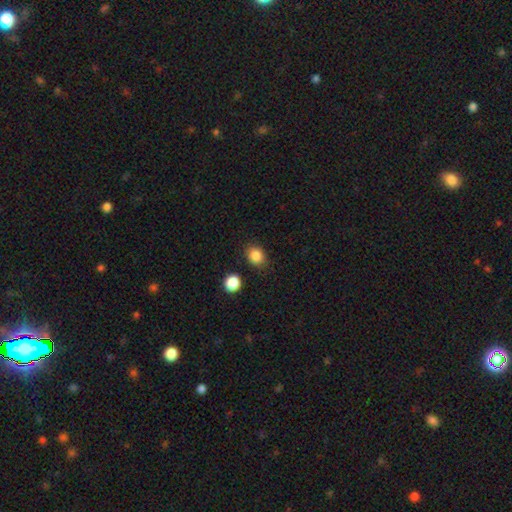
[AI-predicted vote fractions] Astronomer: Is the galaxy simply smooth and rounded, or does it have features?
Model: smooth — 86%.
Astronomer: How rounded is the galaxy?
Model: round — 56% (runner-up: in between, 43%).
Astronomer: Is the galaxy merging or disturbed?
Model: none — 83%.